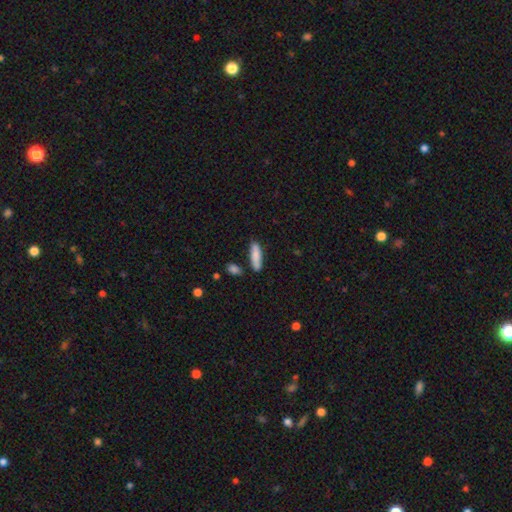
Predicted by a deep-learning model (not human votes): Smooth or featured?
  - smooth: 85% *
  - featured or disk: 9%
  - star or artifact: 6%
How rounded?
  - cigar-shaped: 58% *
  - in between: 40%
  - round: 2%
Merging?
  - none: 78% *
  - minor disturbance: 14%
  - merger: 4%
  - major disturbance: 3%